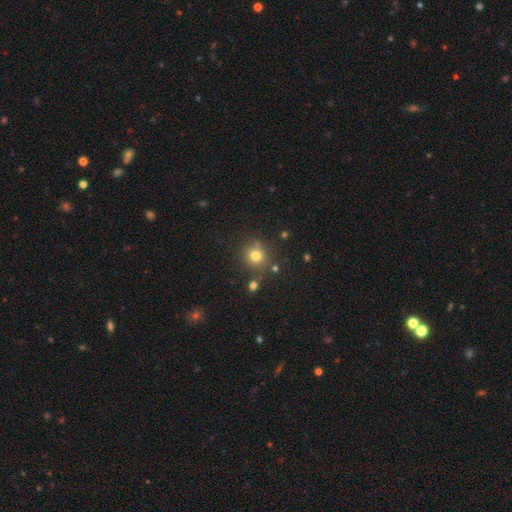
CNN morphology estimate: A smooth galaxy with no disk features (77%) that is round (91%).

Vote fractions:
- Smooth or featured? smooth: 77% / star or artifact: 15% / featured or disk: 8%
- How rounded? round: 91% / in between: 8% / cigar-shaped: 1%
- Merging? none: 79% / minor disturbance: 10% / merger: 7% / major disturbance: 4%